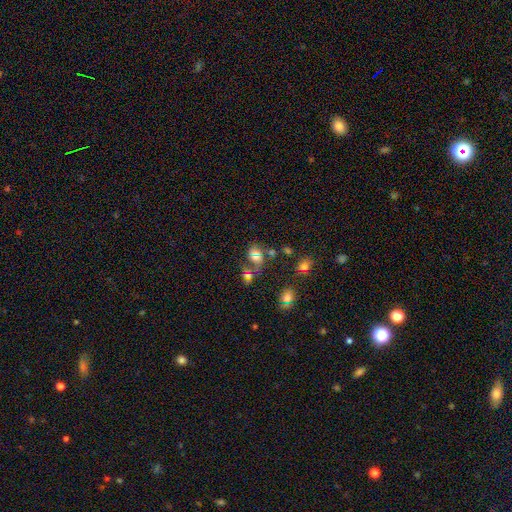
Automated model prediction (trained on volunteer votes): Overall: smooth (44%; star or artifact 30%). Merging: none (35%, tied with merger).